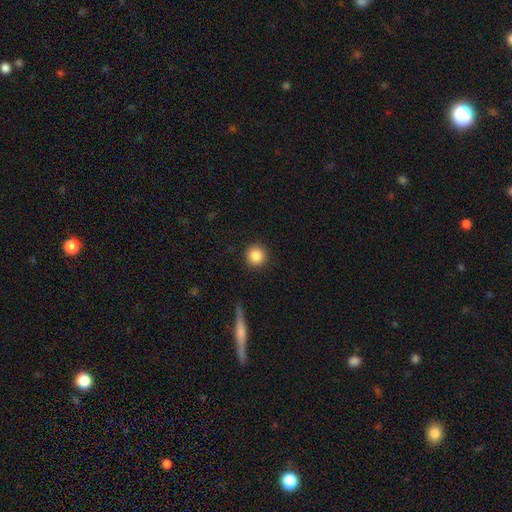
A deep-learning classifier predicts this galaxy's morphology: smooth_or_featured: smooth (p=0.86) [alt: star or artifact p=0.09]
how_rounded: round (p=0.95) [alt: in between p=0.04]
merging: none (p=0.90) [alt: minor disturbance p=0.06]